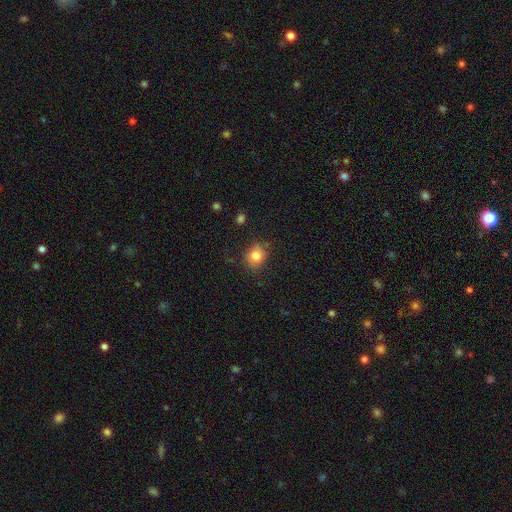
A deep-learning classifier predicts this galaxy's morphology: This is clearly a smooth galaxy (81%). How rounded: likely round (66%). Merging: likely none (80%).